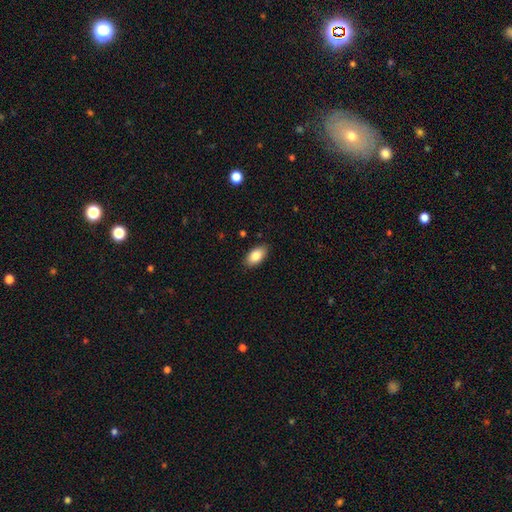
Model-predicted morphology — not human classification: The model was most divided on "smooth or featured": smooth: 85%, featured or disk: 8%, star or artifact: 7%. More confident: how rounded — in between (93%); merging — none (87%).